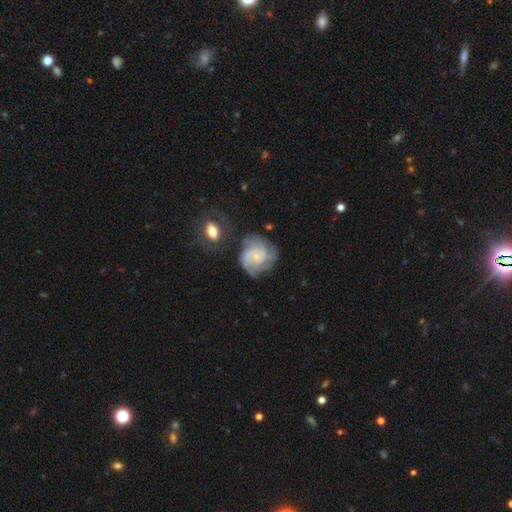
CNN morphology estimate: smooth-or-featured: featured or disk: 79% | smooth: 14% | star or artifact: 7%
  disk-edge-on: no: 98% | yes: 2%
    bar: no: 74% | weak: 22% | strong: 4%
    has-spiral-arms: yes: 95% | no: 5%
      spiral-winding: tight: 55% | medium: 35% | loose: 10%
      spiral-arm-count: 3: 33% | can't tell: 23% | 2: 16% | 4: 16% | more than 4: 6% | 1: 6%
    bulge-size: small: 76% | moderate: 11% | none: 10% | large: 1% | dominant: 1%
  merging: none: 64% | minor disturbance: 20% | major disturbance: 12% | merger: 4%